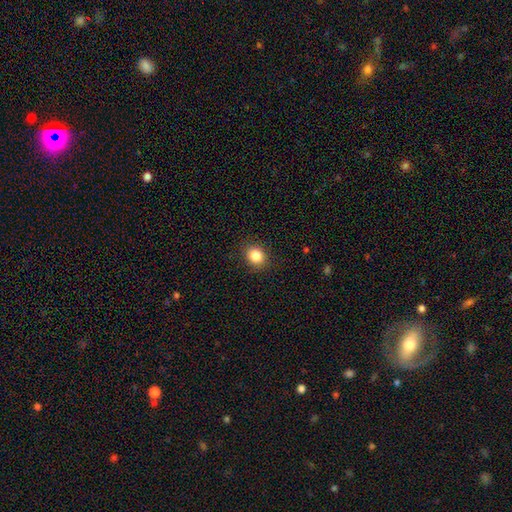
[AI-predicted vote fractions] smooth_or_featured: smooth (p=0.85) [alt: star or artifact p=0.10]
how_rounded: round (p=0.65) [alt: in between p=0.35]
merging: none (p=0.89) [alt: minor disturbance p=0.07]